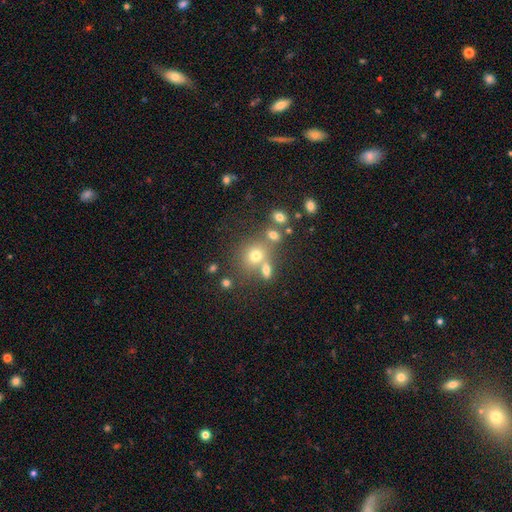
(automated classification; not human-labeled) Smooth or featured? smooth (67%)
How rounded? round (73%)
Merging? none (53%)